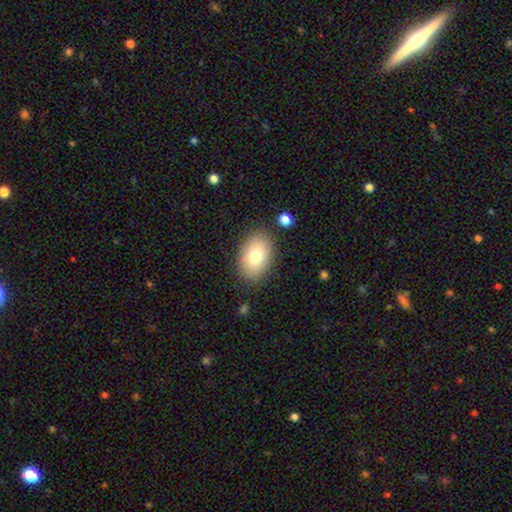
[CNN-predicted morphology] smooth_or_featured: smooth (p=0.76) [alt: featured or disk p=0.15]
how_rounded: in between (p=0.85) [alt: round p=0.14]
merging: none (p=0.84) [alt: minor disturbance p=0.11]